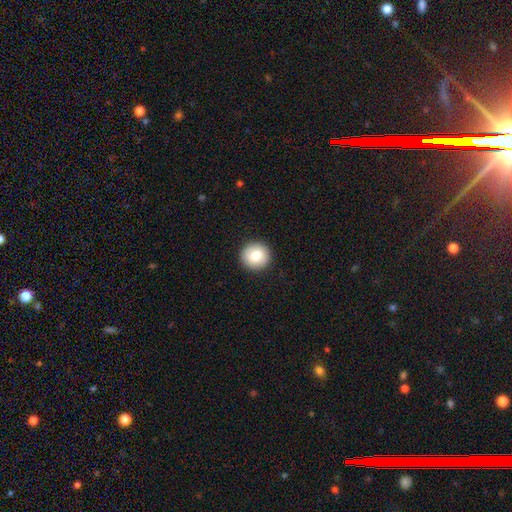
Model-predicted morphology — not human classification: A smooth galaxy with no disk features (79%) that is round (93%).

Vote fractions:
- Smooth or featured? smooth: 79% / featured or disk: 13% / star or artifact: 8%
- How rounded? round: 93% / in between: 6% / cigar-shaped: 1%
- Merging? none: 93% / minor disturbance: 5% / major disturbance: 2% / merger: 1%